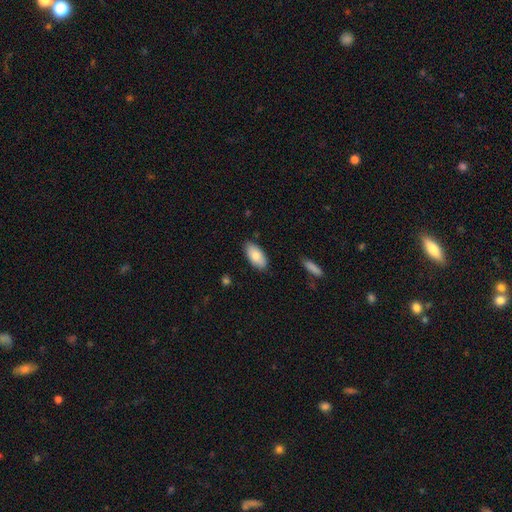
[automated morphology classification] Smooth or featured? smooth (83%)
How rounded? in between (93%)
Merging? none (84%)